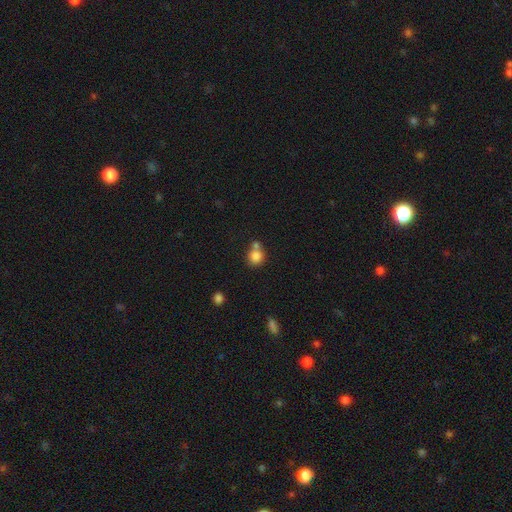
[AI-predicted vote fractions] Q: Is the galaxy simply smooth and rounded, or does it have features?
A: smooth — 83%.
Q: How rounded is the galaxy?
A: round — 85%.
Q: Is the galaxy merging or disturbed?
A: none — 53%.